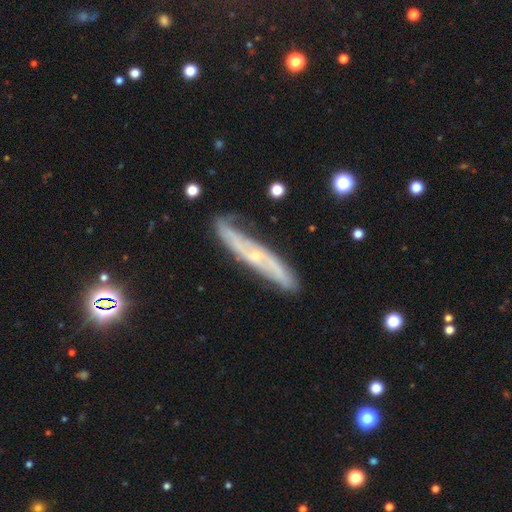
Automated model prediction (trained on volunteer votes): Overall: featured or disk (72%). Edge-on disk: yes (53%; no 47%). Merging: none (76%).